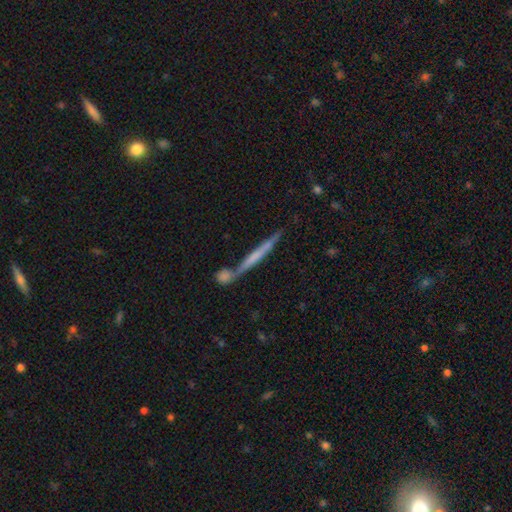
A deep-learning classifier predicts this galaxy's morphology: A featured or disk galaxy (54%) viewed edge-on (94%) with no central bulge (71%).

Vote fractions:
- Smooth or featured? featured or disk: 54% / smooth: 39% / star or artifact: 7%
- Edge-on disk? yes: 94% / no: 6%
- Edge-on bulge? none: 71% / rounded: 17% / boxy: 13%
- Merging? none: 59% / merger: 26% / minor disturbance: 11% / major disturbance: 4%